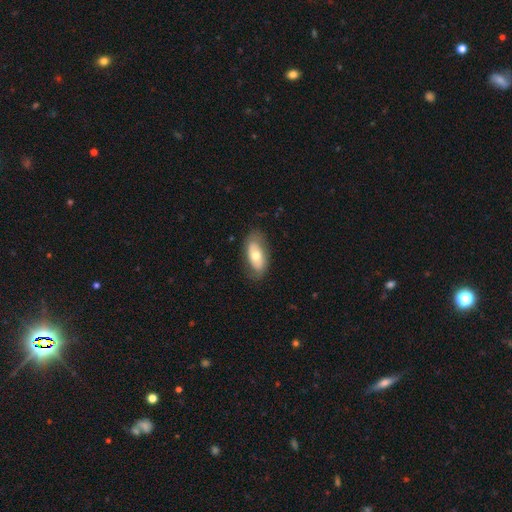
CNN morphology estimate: Overall: smooth (56%; featured or disk 39%). How rounded: in between (89%). Merging: none (76%).